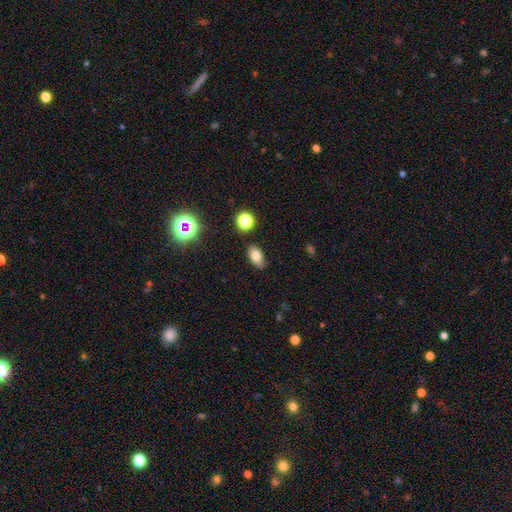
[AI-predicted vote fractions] Smooth or featured?
  - smooth: 76% *
  - star or artifact: 13%
  - featured or disk: 11%
How rounded?
  - in between: 89% *
  - round: 8%
  - cigar-shaped: 3%
Merging?
  - none: 82% *
  - minor disturbance: 13%
  - major disturbance: 3%
  - merger: 2%